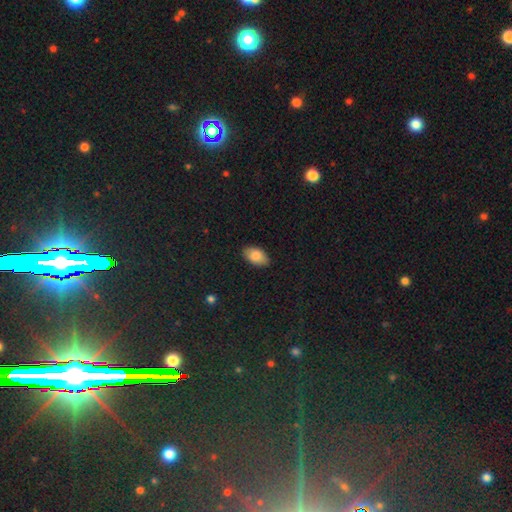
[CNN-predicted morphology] Smooth or featured?
  - smooth: 85% *
  - featured or disk: 8%
  - star or artifact: 7%
How rounded?
  - in between: 94% *
  - round: 5%
  - cigar-shaped: 2%
Merging?
  - none: 87% *
  - minor disturbance: 10%
  - major disturbance: 2%
  - merger: 1%